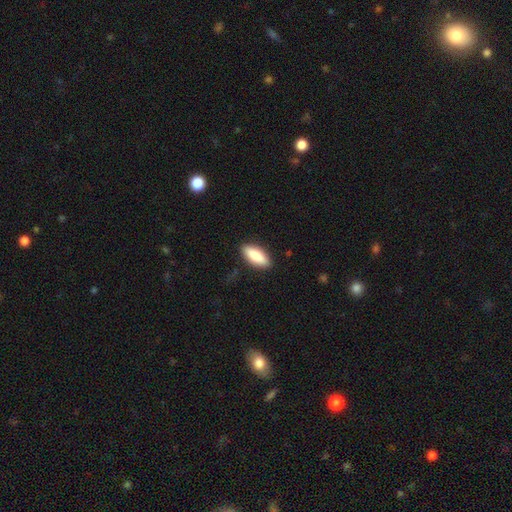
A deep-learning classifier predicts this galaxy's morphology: smooth-or-featured: smooth: 83% | featured or disk: 12% | star or artifact: 6%
  how-rounded: in between: 74% | cigar-shaped: 24% | round: 2%
  merging: none: 87% | minor disturbance: 9% | major disturbance: 2% | merger: 1%